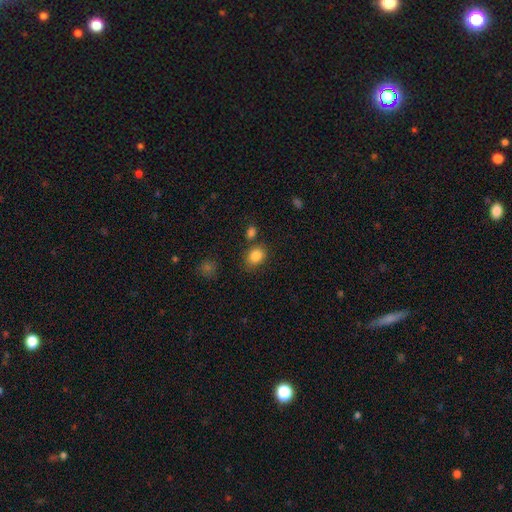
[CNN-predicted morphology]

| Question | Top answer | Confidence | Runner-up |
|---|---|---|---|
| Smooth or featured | smooth | 85% | star or artifact (10%) |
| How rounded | in between | 54% | round (45%) |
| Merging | none | 73% | minor disturbance (14%) |